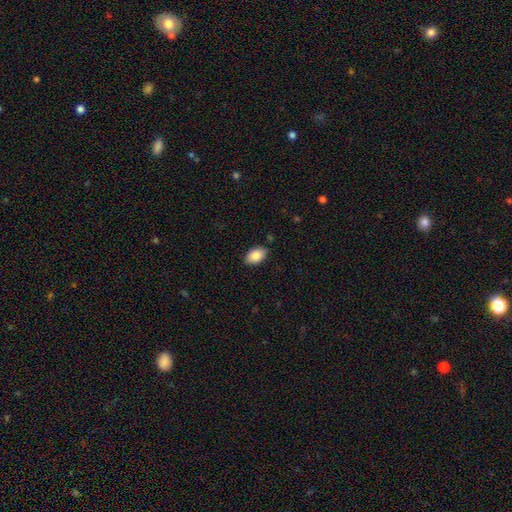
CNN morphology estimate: Smooth or featured?
  - smooth: 85% *
  - featured or disk: 8%
  - star or artifact: 7%
How rounded?
  - in between: 92% *
  - round: 7%
  - cigar-shaped: 1%
Merging?
  - none: 86% *
  - minor disturbance: 11%
  - major disturbance: 2%
  - merger: 1%